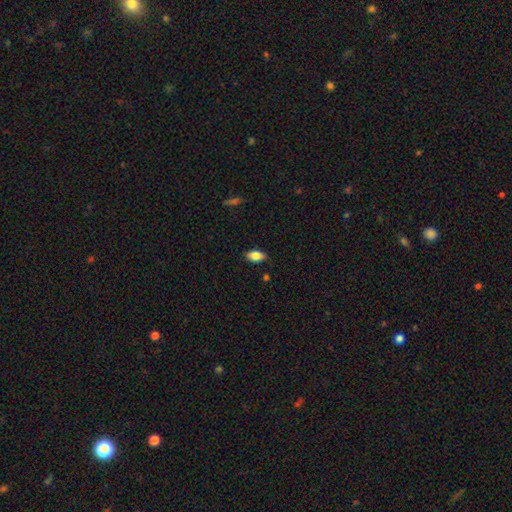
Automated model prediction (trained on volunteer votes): smooth 85%, featured or disk 8%, star or artifact 8%. Down the decision tree: how rounded — in between (91%); merging — none (85%).